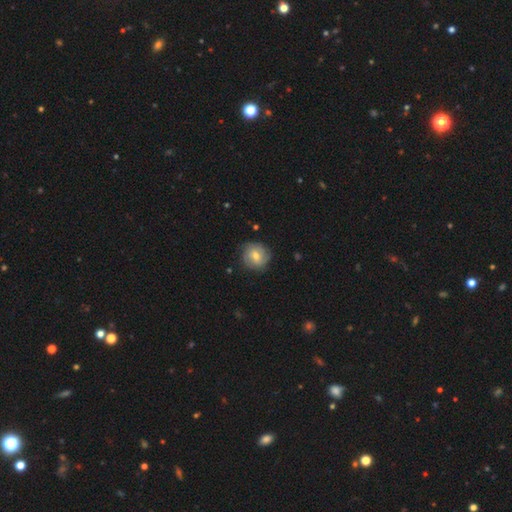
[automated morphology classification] smooth_or_featured: featured or disk (p=0.53) [alt: smooth p=0.40]
disk_edge_on: no (p=0.97) [alt: yes p=0.03]
bar: no (p=0.54) [alt: weak p=0.39]
has_spiral_arms: yes (p=0.83) [alt: no p=0.17]
bulge_size: moderate (p=0.64) [alt: small p=0.31]
merging: none (p=0.79) [alt: minor disturbance p=0.15]